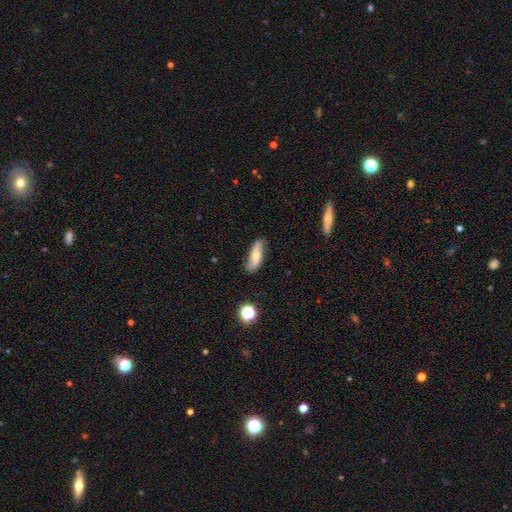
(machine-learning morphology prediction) type=smooth (53%); roundness=cigar-shaped (49%); merging=none (70%).